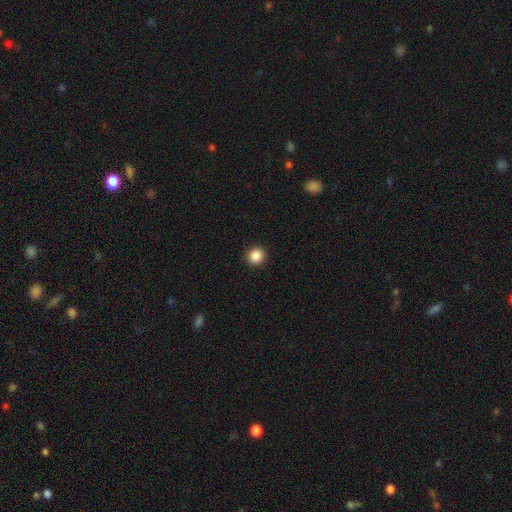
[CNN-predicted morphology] Smooth or featured: smooth — 87% (star or artifact — 10%)
How rounded: round — 93% (in between — 6%)
Merging: none — 93% (minor disturbance — 4%)